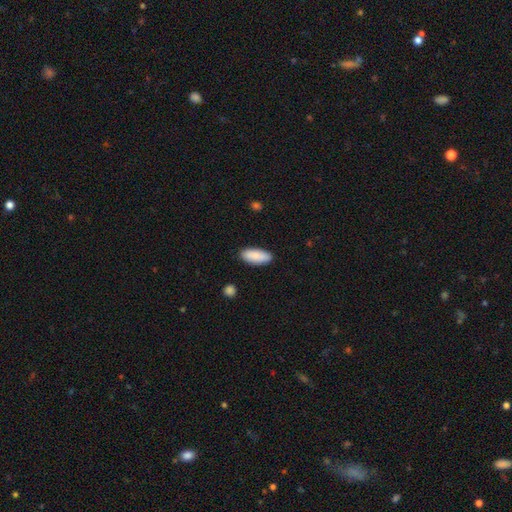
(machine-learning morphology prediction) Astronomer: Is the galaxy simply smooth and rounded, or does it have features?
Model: smooth — 88%.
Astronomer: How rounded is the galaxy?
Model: in between — 84%.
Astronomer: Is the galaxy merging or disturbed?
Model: none — 87%.